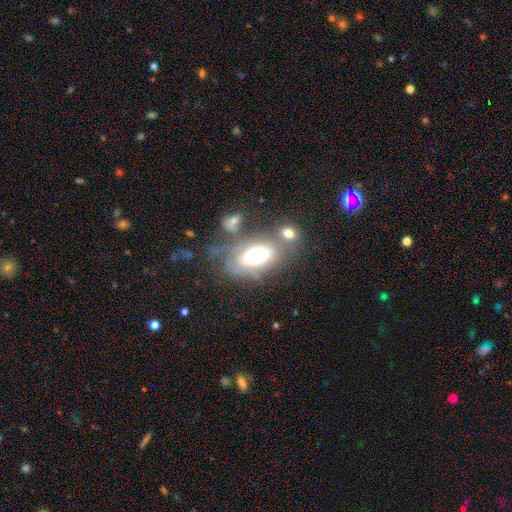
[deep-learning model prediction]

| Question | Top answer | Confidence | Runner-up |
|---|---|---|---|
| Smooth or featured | smooth | 53% | featured or disk (37%) |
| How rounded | in between | 89% | round (8%) |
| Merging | none | 39% | merger (21%) |